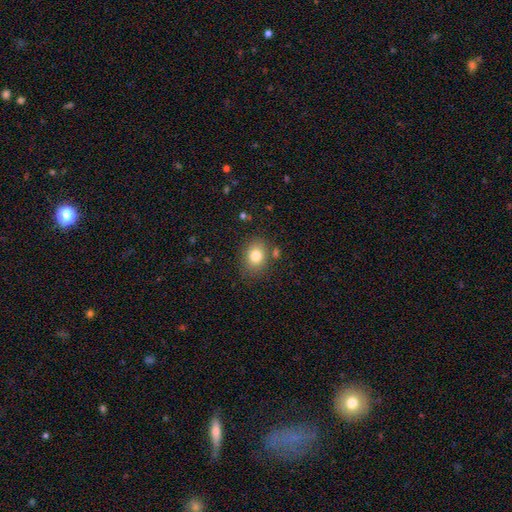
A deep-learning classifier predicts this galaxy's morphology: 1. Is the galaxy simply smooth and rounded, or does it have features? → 80% smooth, 10% featured or disk, 10% star or artifact.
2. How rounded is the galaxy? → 62% in between, 37% round, 1% cigar-shaped.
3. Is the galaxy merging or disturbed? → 78% none, 13% minor disturbance, 5% merger, 4% major disturbance.